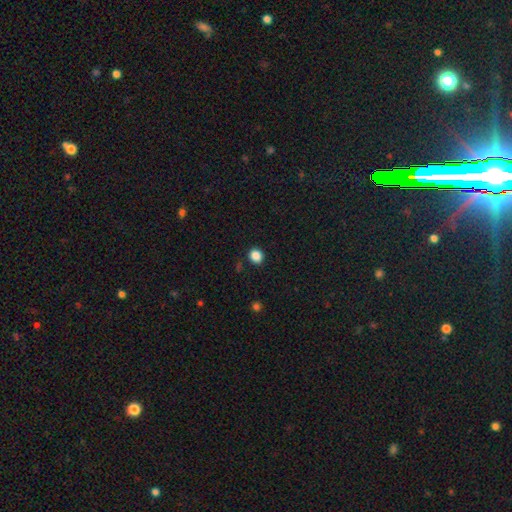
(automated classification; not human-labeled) Smooth or featured? smooth (86%)
How rounded? round (74%)
Merging? none (89%)